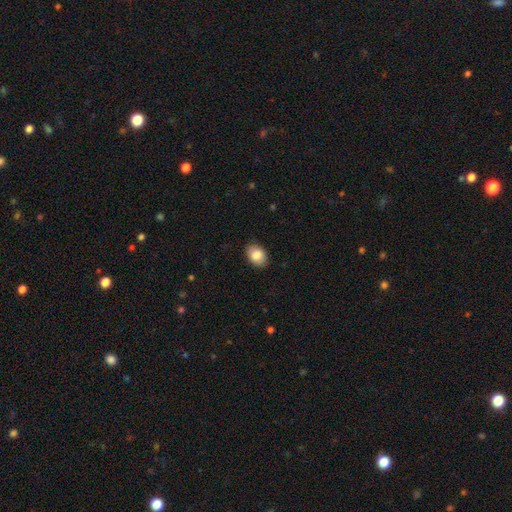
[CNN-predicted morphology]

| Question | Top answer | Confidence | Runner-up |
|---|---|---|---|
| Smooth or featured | smooth | 86% | star or artifact (7%) |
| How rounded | in between | 76% | round (23%) |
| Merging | none | 87% | minor disturbance (9%) |